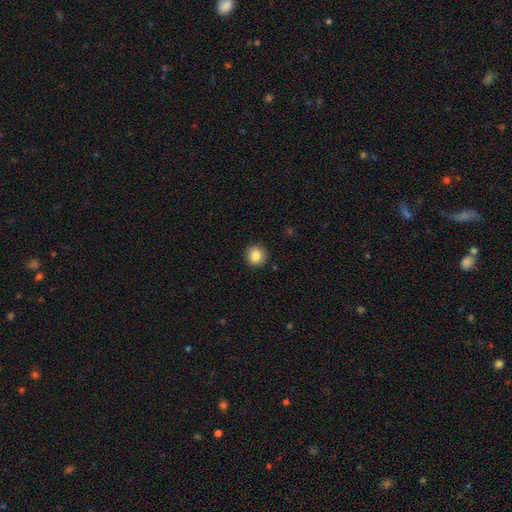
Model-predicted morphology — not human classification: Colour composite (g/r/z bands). It shows a smooth galaxy with no disk features (86%) that is round (89%). Merging: none (90%).